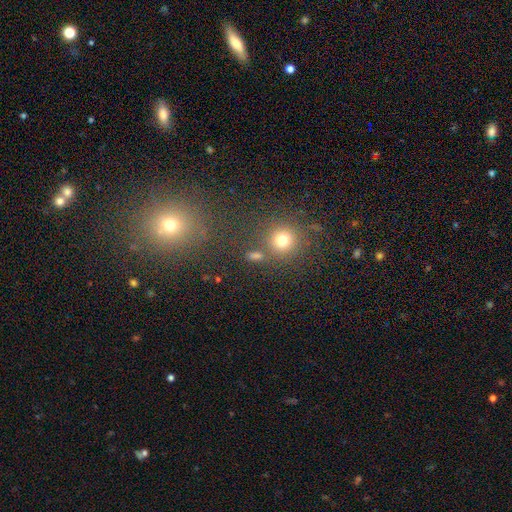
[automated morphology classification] Smooth or featured? Predicted: smooth (p=0.67). How rounded? Predicted: round (p=0.87). Merging? Predicted: none (p=0.75).